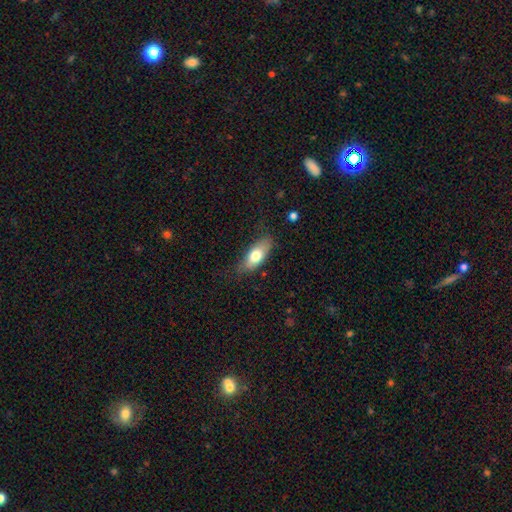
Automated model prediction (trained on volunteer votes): Smooth or featured: smooth — 70% (featured or disk — 23%)
How rounded: in between — 77% (cigar-shaped — 20%)
Merging: none — 75% (minor disturbance — 19%)